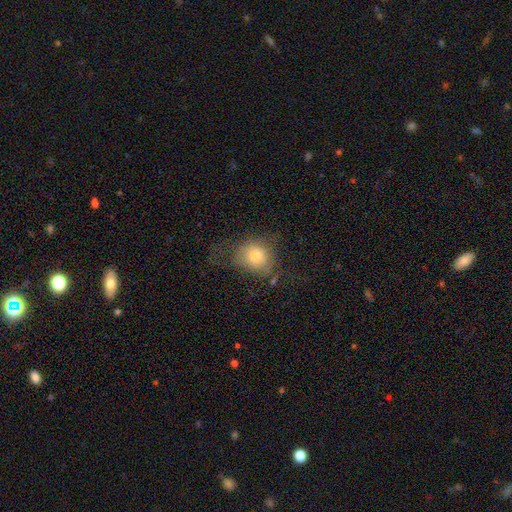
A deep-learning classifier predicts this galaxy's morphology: Smooth or featured? Predicted: smooth (p=0.69). How rounded? Predicted: round (p=0.64). Merging? Predicted: none (p=0.42).